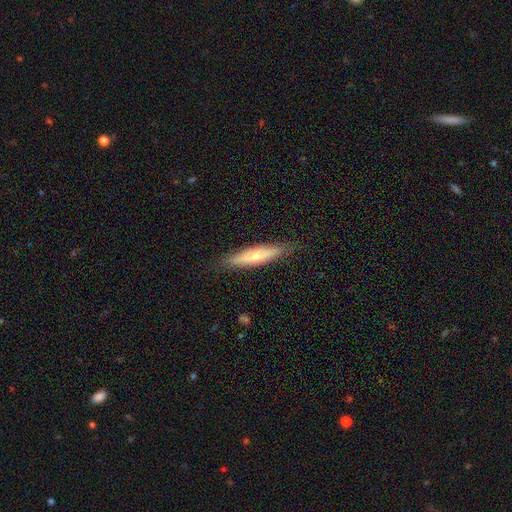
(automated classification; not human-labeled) The model was most divided on "smooth or featured": smooth: 57%, featured or disk: 37%, star or artifact: 6%. More confident: merging — none (85%); how rounded — cigar-shaped (82%).